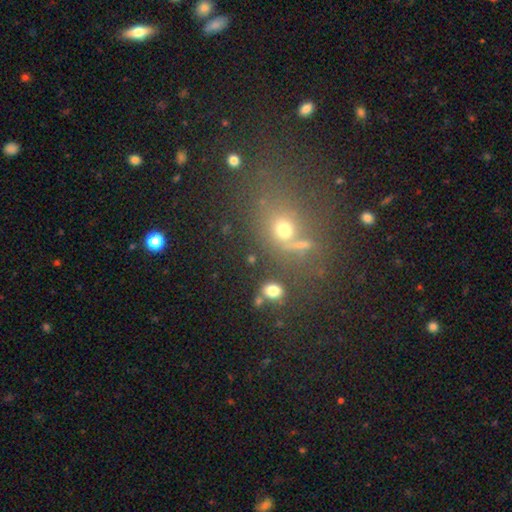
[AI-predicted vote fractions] smooth 46%, star or artifact 37%, featured or disk 16%. Down the decision tree: merging — none (50%).